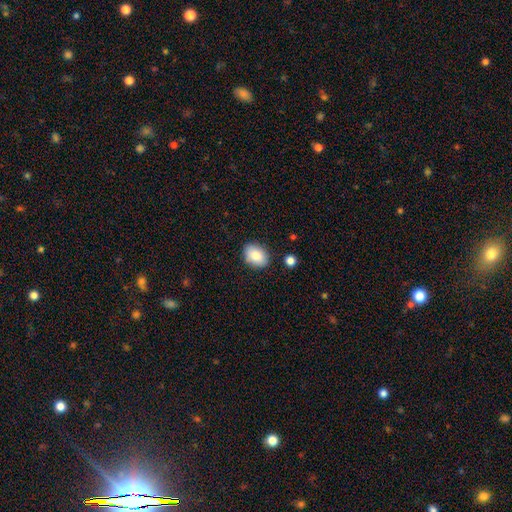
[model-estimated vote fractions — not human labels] Smooth or featured: smooth — 85% (featured or disk — 8%)
How rounded: in between — 75% (round — 24%)
Merging: none — 84% (minor disturbance — 11%)